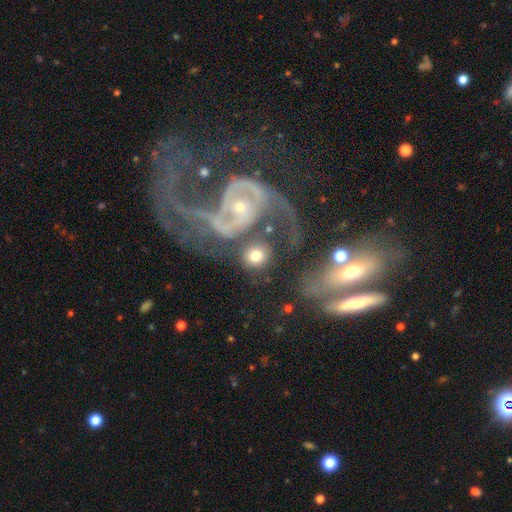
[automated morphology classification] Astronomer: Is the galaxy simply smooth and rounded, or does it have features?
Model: smooth — 61%.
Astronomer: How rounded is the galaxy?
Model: round — 78%.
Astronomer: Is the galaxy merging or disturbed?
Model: none — 52%.